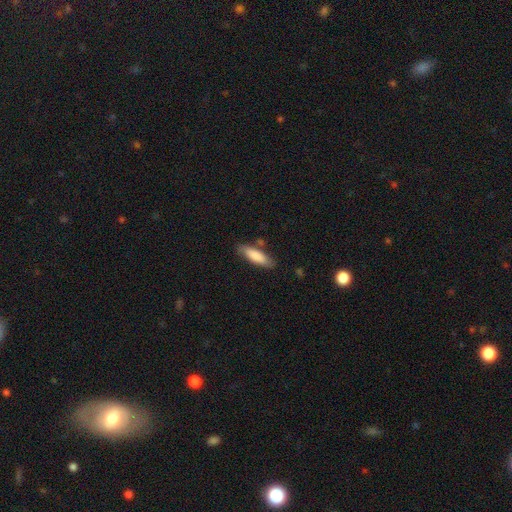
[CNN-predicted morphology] This is clearly a smooth galaxy (82%). How rounded: possibly cigar-shaped (51%). Merging: likely none (77%).